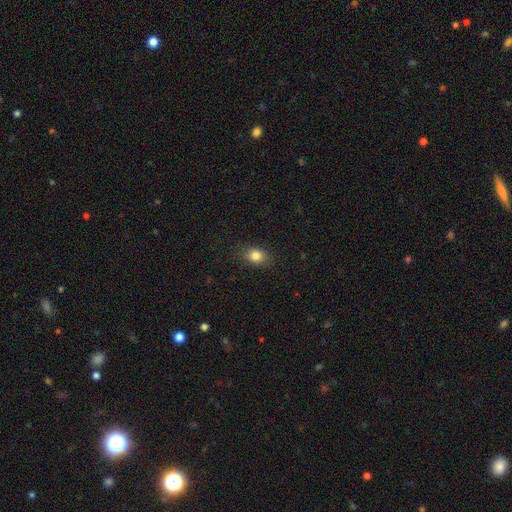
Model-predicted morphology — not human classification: smooth-or-featured: smooth: 82% | star or artifact: 11% | featured or disk: 7%
  how-rounded: in between: 60% | round: 39% | cigar-shaped: 2%
  merging: none: 85% | minor disturbance: 11% | major disturbance: 3% | merger: 1%